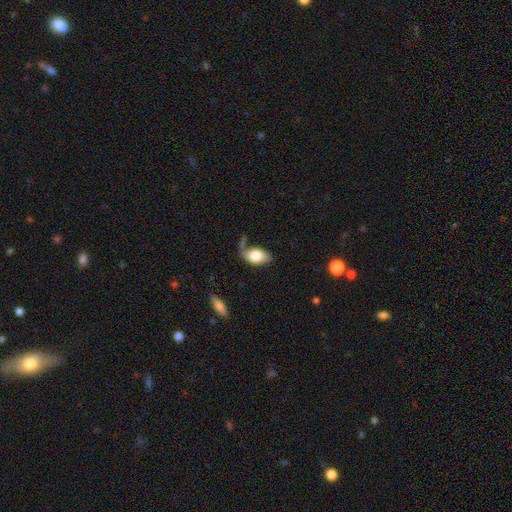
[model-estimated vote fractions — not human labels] Smooth or featured: smooth — 73% (featured or disk — 20%)
How rounded: in between — 91% (round — 7%)
Merging: none — 40% (minor disturbance — 26%)